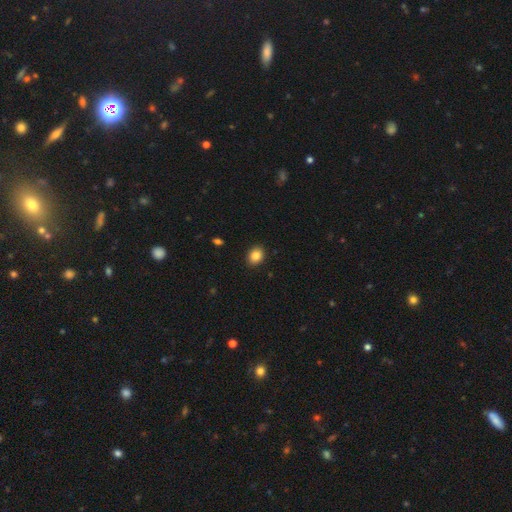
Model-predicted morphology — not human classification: Smooth or featured: smooth — 85% (star or artifact — 10%)
How rounded: round — 50% (in between — 49%)
Merging: none — 90% (minor disturbance — 7%)